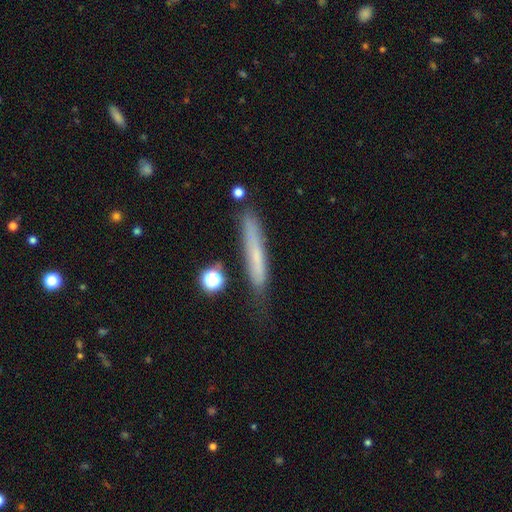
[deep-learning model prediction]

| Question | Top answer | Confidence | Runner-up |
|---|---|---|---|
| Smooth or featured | smooth | 61% | featured or disk (31%) |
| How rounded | cigar-shaped | 93% | in between (5%) |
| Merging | none | 66% | minor disturbance (23%) |